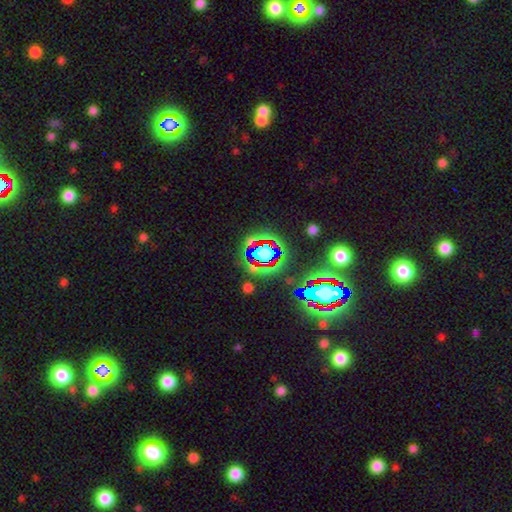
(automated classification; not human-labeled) star or artifact 53%, smooth 28%, featured or disk 19%.